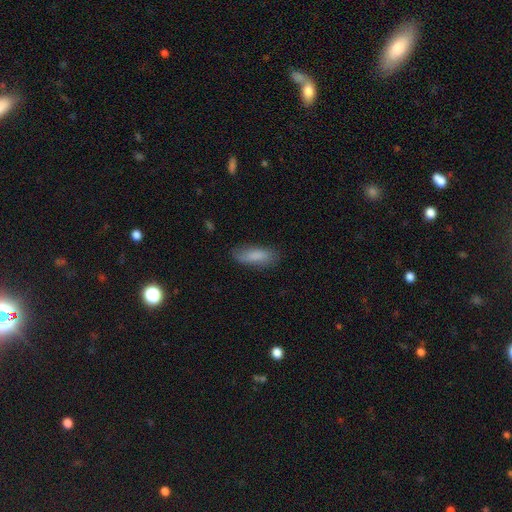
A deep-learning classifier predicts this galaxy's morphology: A smooth galaxy with no disk features (83%) that is in between round and cigar-shaped (63%).

Vote fractions:
- Smooth or featured? smooth: 83% / featured or disk: 10% / star or artifact: 7%
- How rounded? in between: 63% / cigar-shaped: 35% / round: 2%
- Merging? none: 78% / minor disturbance: 17% / major disturbance: 4% / merger: 1%